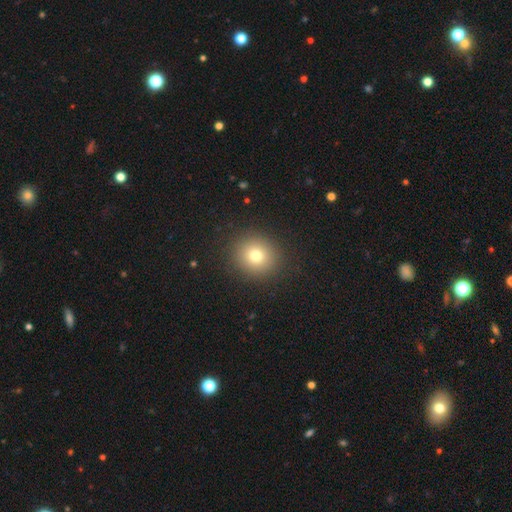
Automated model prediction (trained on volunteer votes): A smooth galaxy with no disk features (76%) that is round (91%).

Vote fractions:
- Smooth or featured? smooth: 76% / star or artifact: 14% / featured or disk: 10%
- How rounded? round: 91% / in between: 9% / cigar-shaped: 1%
- Merging? none: 90% / minor disturbance: 6% / major disturbance: 3% / merger: 1%